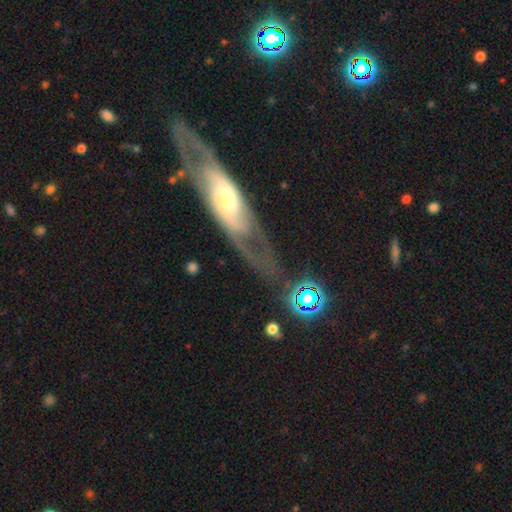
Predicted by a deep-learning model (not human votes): Overall: featured or disk (83%). Edge-on disk: no (67%; yes 33%). Bar: no (47%; weak 37%). Spiral arms: yes (91%). Spiral arm count: 2 (75%). Spiral winding: medium (47%; tight 28%). Bulge size: moderate (43%; large 30%). Merging: none (76%).